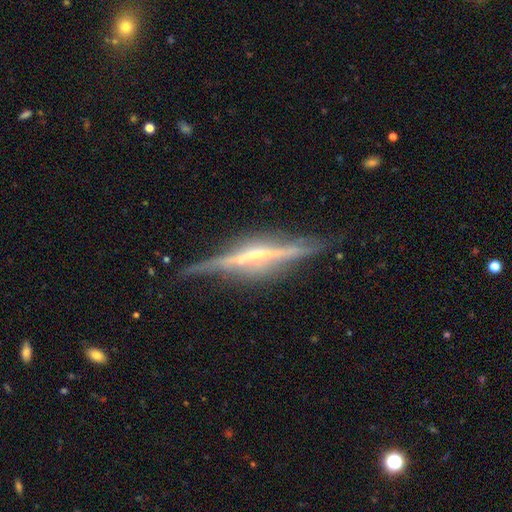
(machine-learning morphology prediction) A featured or disk galaxy (85%) viewed edge-on (96%) with a rounded central bulge (57%). Merging: none (79%).